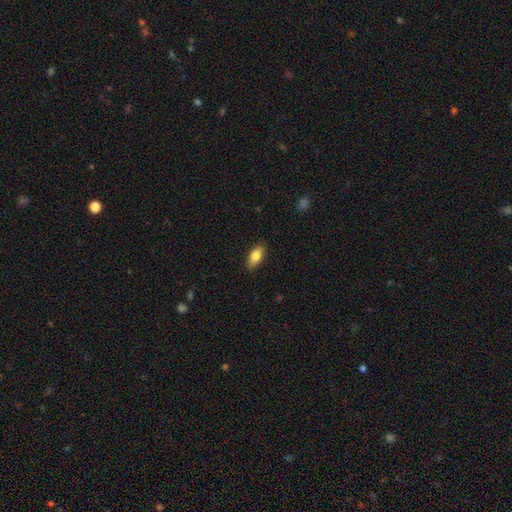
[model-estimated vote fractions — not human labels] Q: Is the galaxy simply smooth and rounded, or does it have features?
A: smooth — 81%.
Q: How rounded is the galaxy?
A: in between — 88%.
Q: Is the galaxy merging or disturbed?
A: none — 87%.